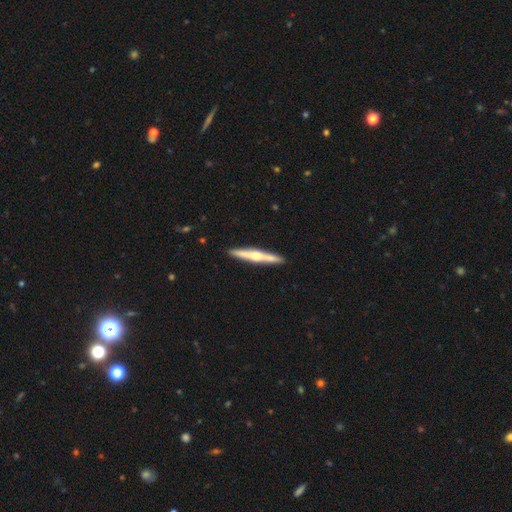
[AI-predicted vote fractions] featured or disk 64%, smooth 30%, star or artifact 5%. Down the decision tree: edge-on disk — yes (98%); edge-on bulge — rounded (84%); merging — none (91%).